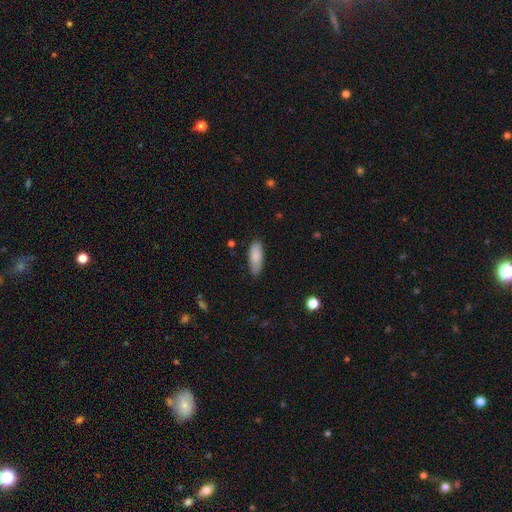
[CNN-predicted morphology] Smooth or featured? Predicted: smooth (p=0.86). How rounded? Predicted: in between (p=0.68). Merging? Predicted: none (p=0.80).